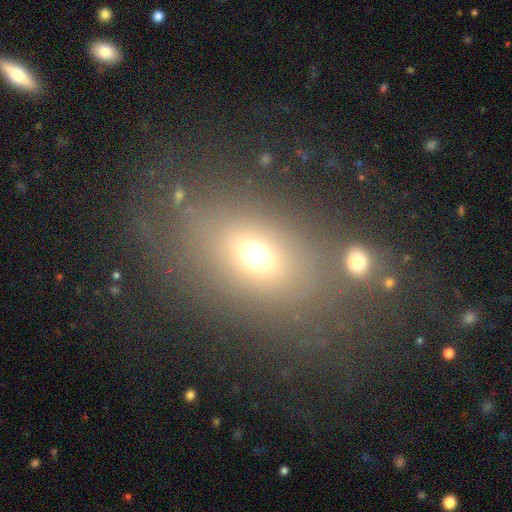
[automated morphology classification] Smooth or featured: smooth — 62% (star or artifact — 20%)
How rounded: in between — 71% (round — 27%)
Merging: none — 68% (minor disturbance — 13%)